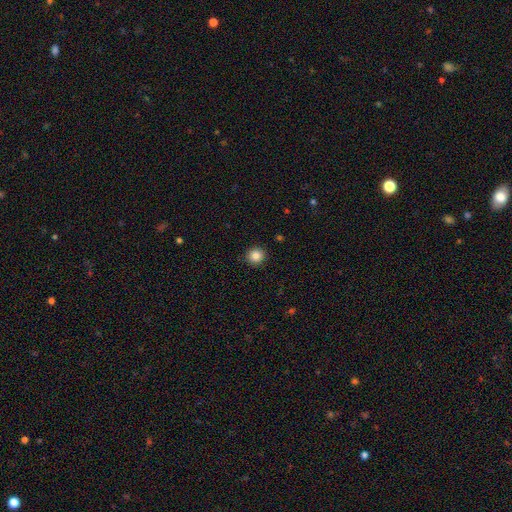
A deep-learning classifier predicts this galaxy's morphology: smooth_or_featured: smooth (p=0.85) [alt: star or artifact p=0.10]
how_rounded: round (p=0.92) [alt: in between p=0.07]
merging: none (p=0.92) [alt: minor disturbance p=0.05]